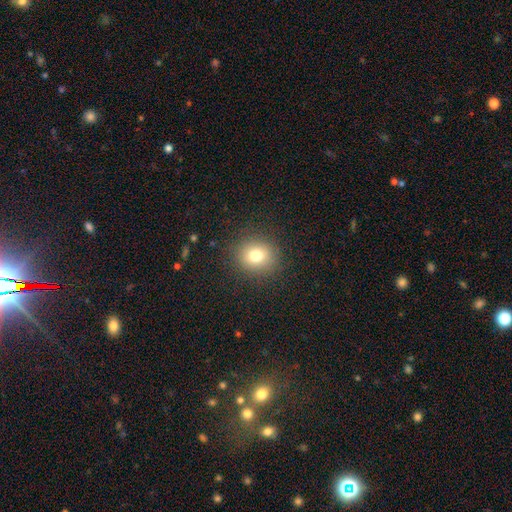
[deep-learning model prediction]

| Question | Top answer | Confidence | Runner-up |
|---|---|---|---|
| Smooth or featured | smooth | 76% | star or artifact (14%) |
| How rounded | round | 81% | in between (18%) |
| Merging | none | 88% | minor disturbance (8%) |